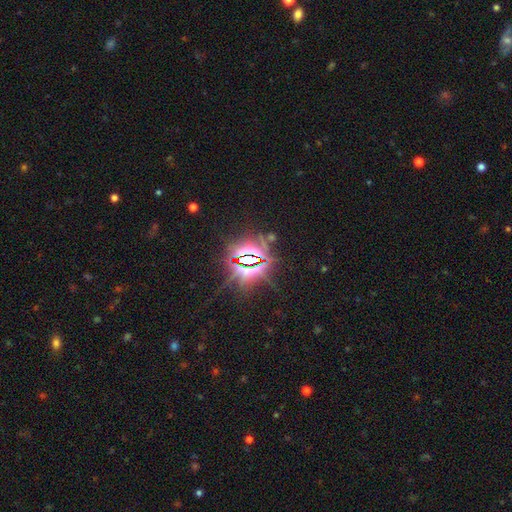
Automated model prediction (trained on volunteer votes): Overall: star or artifact (85%).